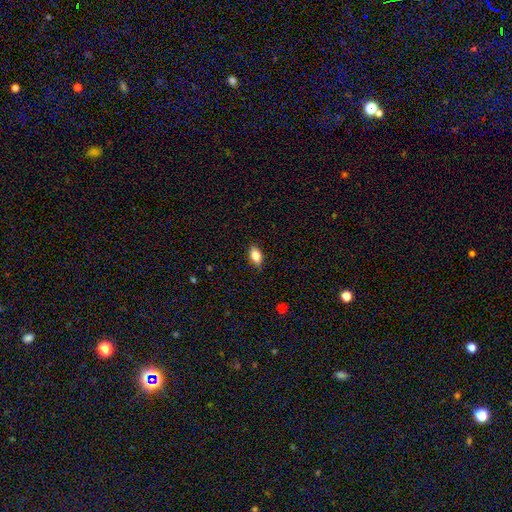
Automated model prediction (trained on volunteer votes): smooth 84%, featured or disk 8%, star or artifact 8%. Down the decision tree: how rounded — in between (89%); merging — none (86%).